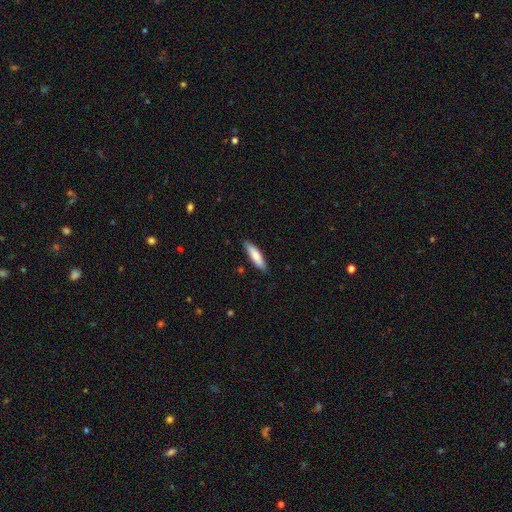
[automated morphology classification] This appears to be a smooth galaxy with no disk features (79%) that is cigar-shaped (68%). Merging: none (85%).